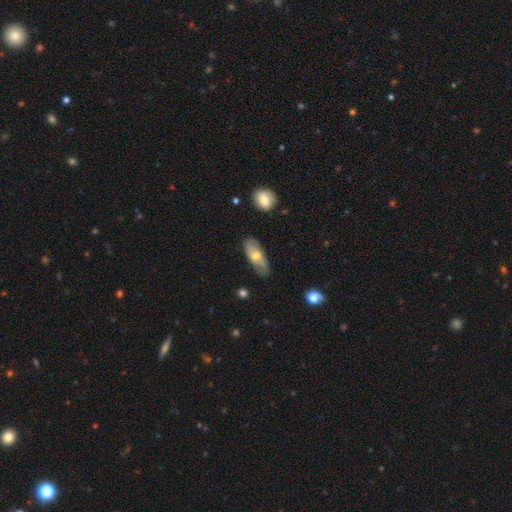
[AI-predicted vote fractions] smooth_or_featured: smooth (p=0.51) [alt: featured or disk p=0.42]
how_rounded: in between (p=0.78) [alt: cigar-shaped p=0.18]
merging: none (p=0.73) [alt: minor disturbance p=0.21]